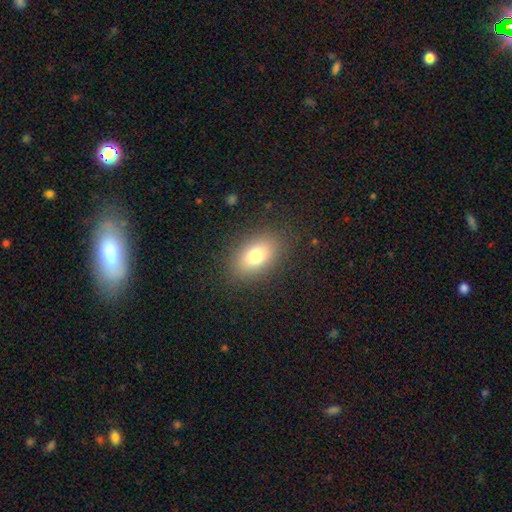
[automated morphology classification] A smooth galaxy with no disk features (79%) that is in between round and cigar-shaped (88%).

Vote fractions:
- Smooth or featured? smooth: 79% / featured or disk: 11% / star or artifact: 9%
- How rounded? in between: 88% / round: 9% / cigar-shaped: 3%
- Merging? none: 86% / minor disturbance: 9% / major disturbance: 3% / merger: 1%